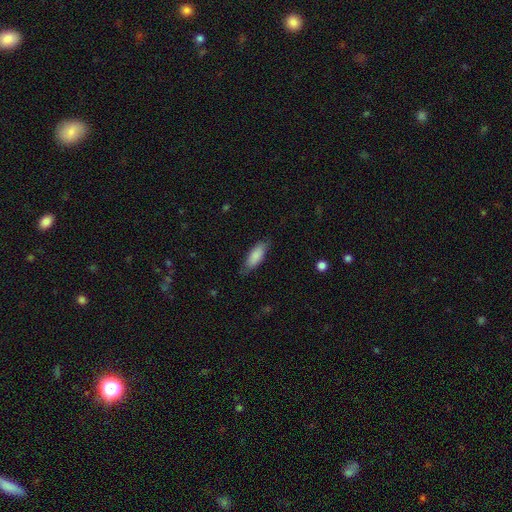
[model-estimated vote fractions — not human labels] A smooth galaxy with no disk features (85%) that is in between round and cigar-shaped (69%).

Vote fractions:
- Smooth or featured? smooth: 85% / featured or disk: 9% / star or artifact: 6%
- How rounded? in between: 69% / cigar-shaped: 29% / round: 2%
- Merging? none: 76% / minor disturbance: 19% / major disturbance: 4% / merger: 1%